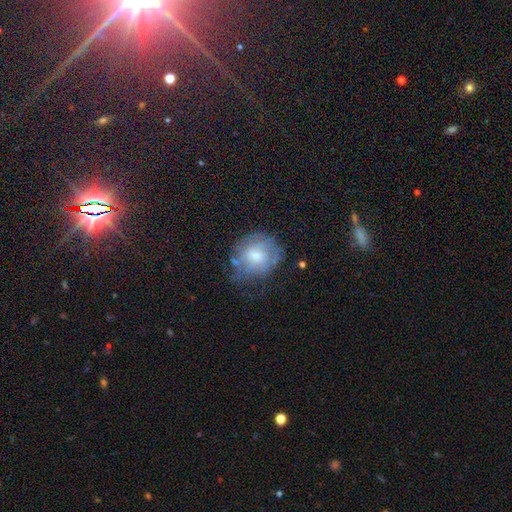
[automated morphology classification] type=smooth (46%); merging=none (57%).